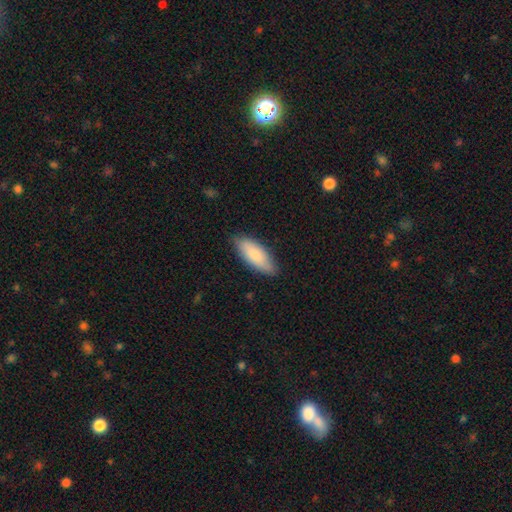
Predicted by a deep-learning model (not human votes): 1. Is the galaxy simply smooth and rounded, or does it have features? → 81% smooth, 14% featured or disk, 6% star or artifact.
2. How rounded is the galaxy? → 74% in between, 24% cigar-shaped, 2% round.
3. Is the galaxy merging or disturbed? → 82% none, 15% minor disturbance, 2% major disturbance, 1% merger.